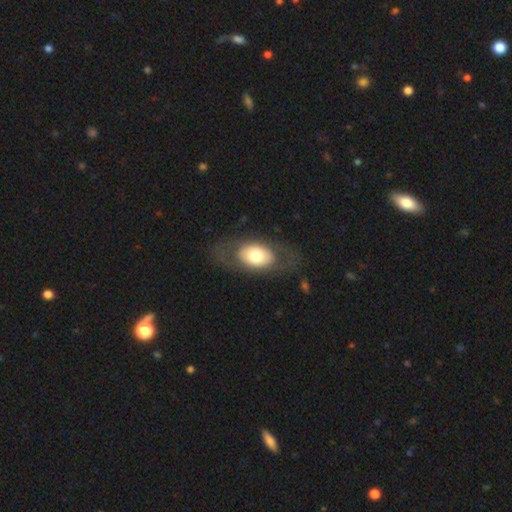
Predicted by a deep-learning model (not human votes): A smooth galaxy with no disk features (57%) that is in between round and cigar-shaped (86%). Merging: none (75%).